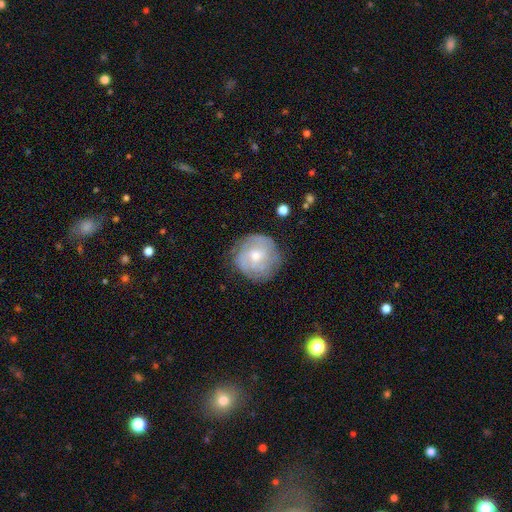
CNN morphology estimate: Smooth or featured? featured or disk (64%)
Edge-on disk? no (97%)
Bar? no (66%)
Spiral arms? yes (82%)
Spiral winding? tight (61%)
Spiral arm count? can't tell (42%)
Bulge size? moderate (64%)
Merging? none (76%)